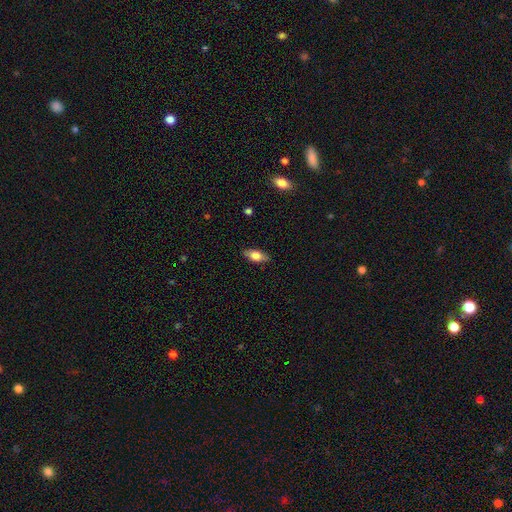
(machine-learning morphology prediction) This is likely a smooth galaxy (72%). How rounded: clearly in between (85%). Merging: clearly none (86%).